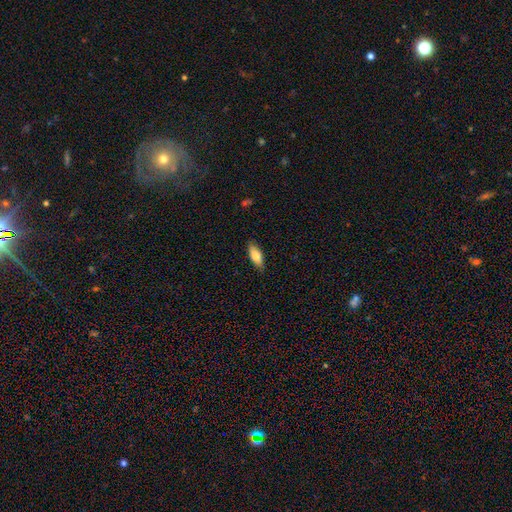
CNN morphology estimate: A smooth galaxy with no disk features (76%) that is in between round and cigar-shaped (77%).

Vote fractions:
- Smooth or featured? smooth: 76% / featured or disk: 17% / star or artifact: 6%
- How rounded? in between: 77% / cigar-shaped: 21% / round: 2%
- Merging? none: 85% / minor disturbance: 12% / major disturbance: 2% / merger: 1%